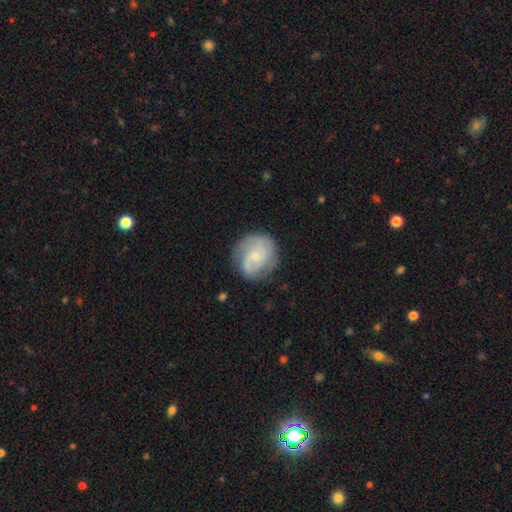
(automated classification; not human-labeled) smooth-or-featured: featured or disk: 68% | smooth: 26% | star or artifact: 6%
  disk-edge-on: no: 98% | yes: 2%
    bar: no: 64% | weak: 31% | strong: 4%
    has-spiral-arms: yes: 90% | no: 10%
      spiral-winding: tight: 42% | medium: 41% | loose: 17%
      spiral-arm-count: 2: 49% | can't tell: 24% | 3: 14% | 1: 6% | 4: 4% | more than 4: 3%
    bulge-size: small: 70% | moderate: 24% | none: 4% | large: 1% | dominant: 1%
  merging: none: 74% | minor disturbance: 18% | major disturbance: 7% | merger: 1%